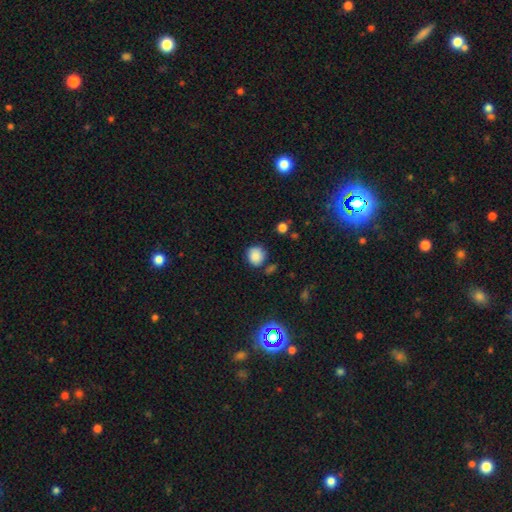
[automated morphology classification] Smooth or featured? Predicted: smooth (p=0.85). How rounded? Predicted: round (p=0.83). Merging? Predicted: none (p=0.74).